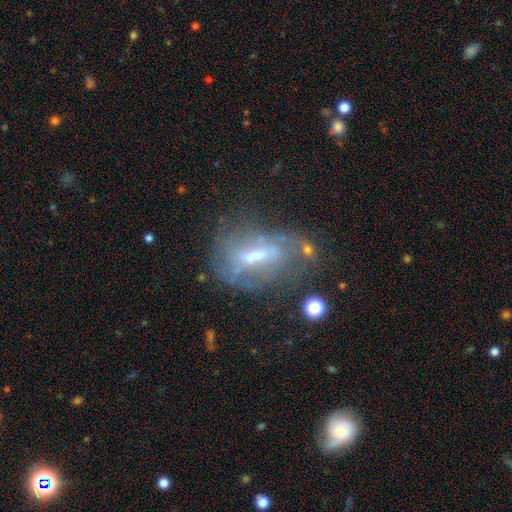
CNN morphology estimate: A featured or disk galaxy (62%) with a strong bar (44%), no spiral arms (57%) and a moderate central bulge (46%). Merging: none (46%).